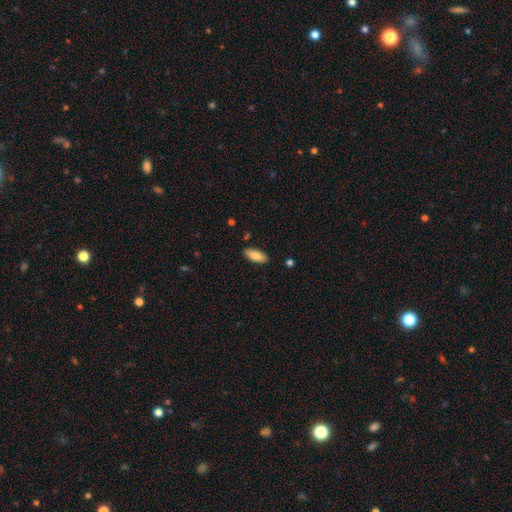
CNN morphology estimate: Smooth or featured?
  - smooth: 86% *
  - featured or disk: 8%
  - star or artifact: 6%
How rounded?
  - in between: 83% *
  - cigar-shaped: 15%
  - round: 2%
Merging?
  - none: 86% *
  - minor disturbance: 10%
  - major disturbance: 2%
  - merger: 1%